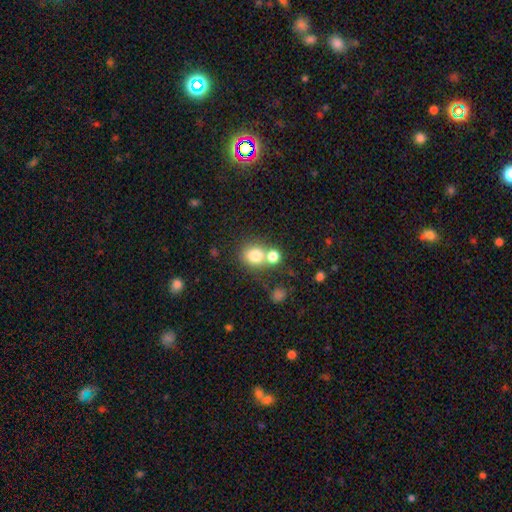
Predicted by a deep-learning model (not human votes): A smooth galaxy with no disk features (77%) that is round (76%).

Vote fractions:
- Smooth or featured? smooth: 77% / star or artifact: 13% / featured or disk: 10%
- How rounded? round: 76% / in between: 23% / cigar-shaped: 1%
- Merging? none: 51% / merger: 37% / minor disturbance: 8% / major disturbance: 4%